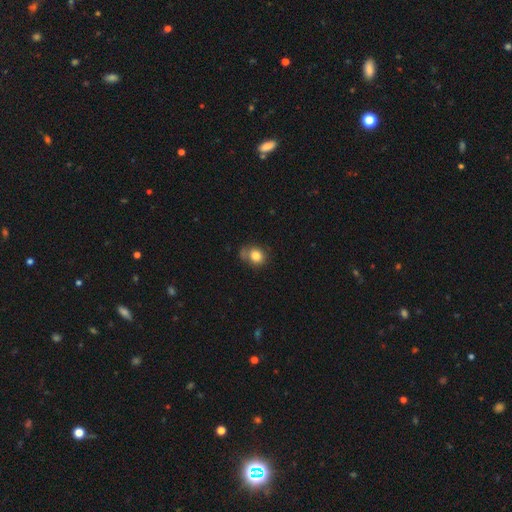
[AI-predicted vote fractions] A smooth galaxy with no disk features (81%) that is round (69%). Merging: none (57%).